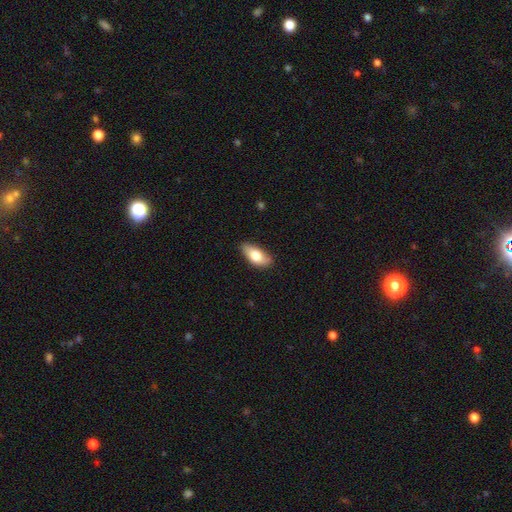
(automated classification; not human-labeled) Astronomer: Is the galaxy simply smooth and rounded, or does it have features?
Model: smooth — 75%.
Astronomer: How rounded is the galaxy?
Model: in between — 88%.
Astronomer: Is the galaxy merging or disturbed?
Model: none — 79%.